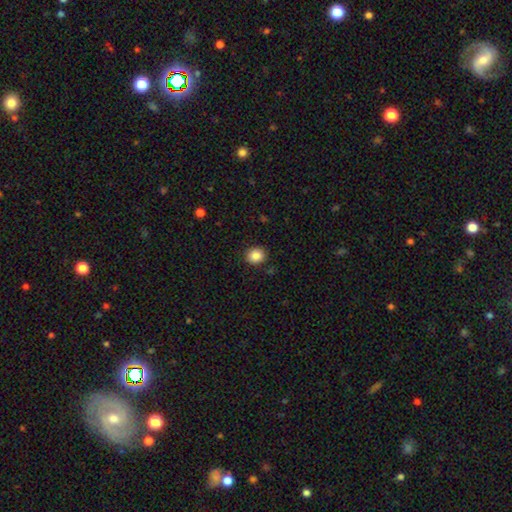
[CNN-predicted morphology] This is clearly a smooth galaxy (86%). How rounded: likely round (79%). Merging: clearly none (89%).